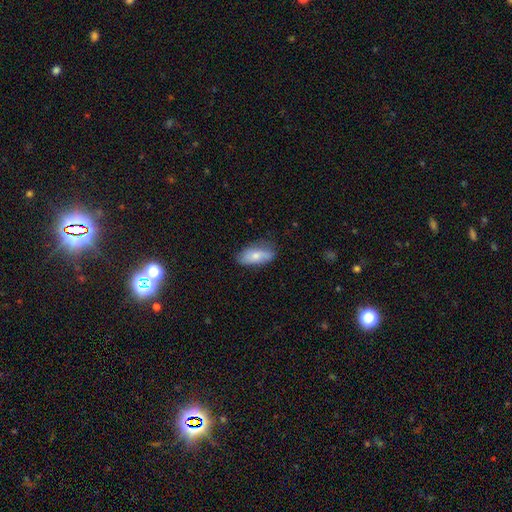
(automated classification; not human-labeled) Overall: smooth (70%). How rounded: in between (86%). Merging: none (66%).